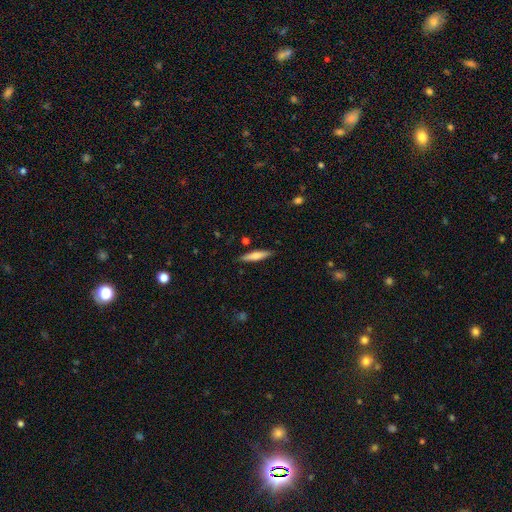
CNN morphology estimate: Q: Smooth or featured?
A: smooth (64%); runner-up: featured or disk (30%)
Q: How rounded?
A: cigar-shaped (86%); runner-up: in between (13%)
Q: Merging?
A: none (88%); runner-up: minor disturbance (9%)